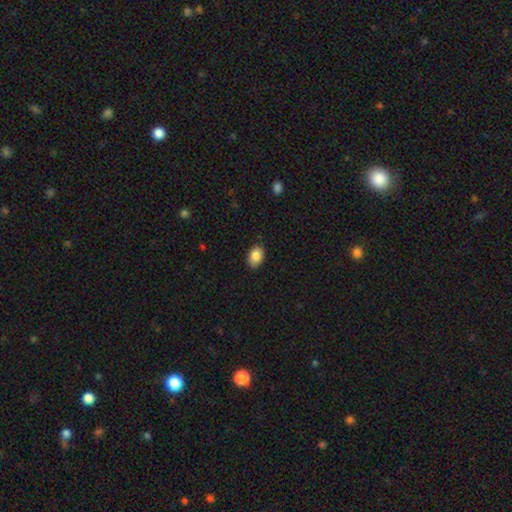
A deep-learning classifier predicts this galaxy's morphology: The model was most divided on "how rounded": in between: 85%, round: 14%, cigar-shaped: 1%. More confident: smooth or featured — smooth (87%); merging — none (84%).